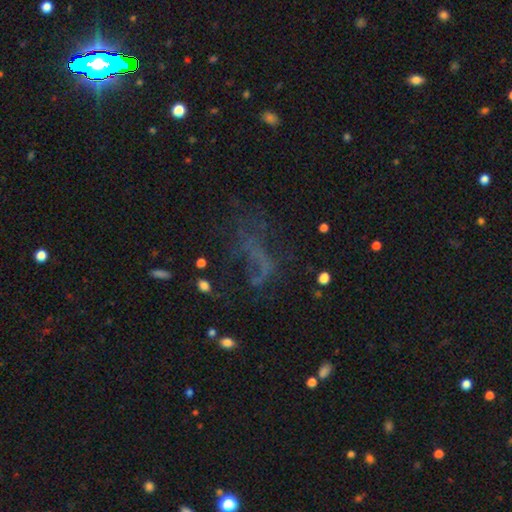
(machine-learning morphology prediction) Smooth or featured? Predicted: star or artifact (p=0.45).